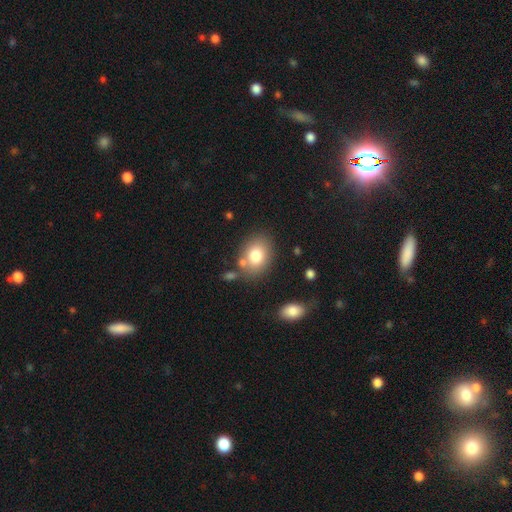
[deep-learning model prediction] smooth-or-featured: smooth: 78% | featured or disk: 13% | star or artifact: 9%
  how-rounded: in between: 66% | round: 33% | cigar-shaped: 1%
  merging: none: 71% | minor disturbance: 13% | merger: 11% | major disturbance: 5%